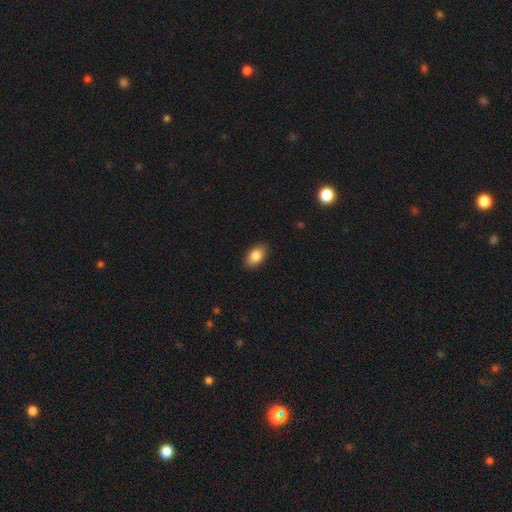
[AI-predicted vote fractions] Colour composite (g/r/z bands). It shows a smooth galaxy with no disk features (85%) that is in between round and cigar-shaped (92%). Merging: none (89%).